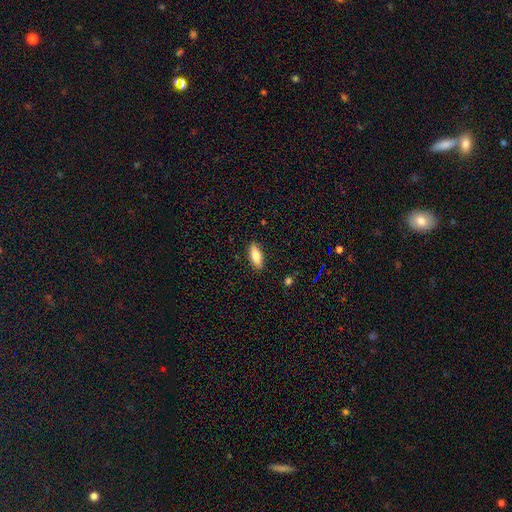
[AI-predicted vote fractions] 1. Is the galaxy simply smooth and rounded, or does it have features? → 79% smooth, 14% featured or disk, 6% star or artifact.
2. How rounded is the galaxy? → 72% in between, 26% cigar-shaped, 2% round.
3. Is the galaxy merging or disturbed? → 88% none, 9% minor disturbance, 2% major disturbance, 1% merger.